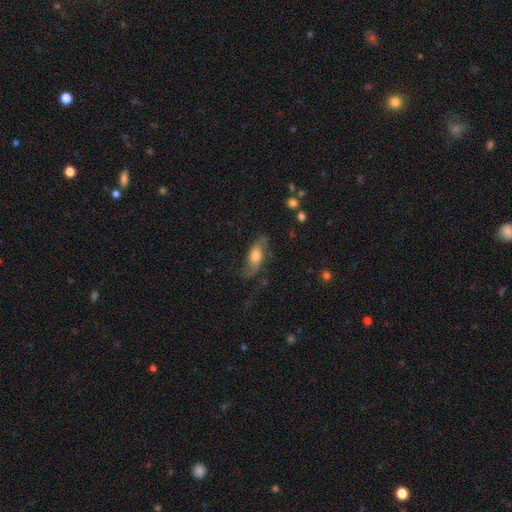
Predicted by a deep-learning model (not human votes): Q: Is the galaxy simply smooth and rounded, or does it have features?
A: featured or disk — 47%.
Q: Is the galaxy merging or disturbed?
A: none — 57%.